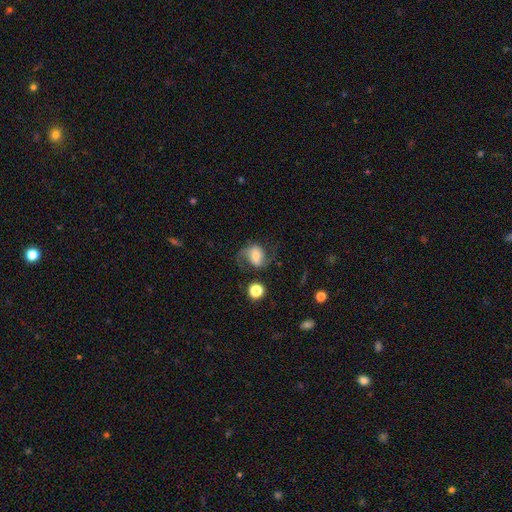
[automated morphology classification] Overall: featured or disk (65%; smooth 25%). Edge-on disk: no (97%). Bar: weak (40%; no 39%). Spiral arms: yes (92%). Spiral arm count: 2 (85%). Spiral winding: loose (50%; medium 40%). Bulge size: moderate (43%; small 32%). Merging: none (61%).